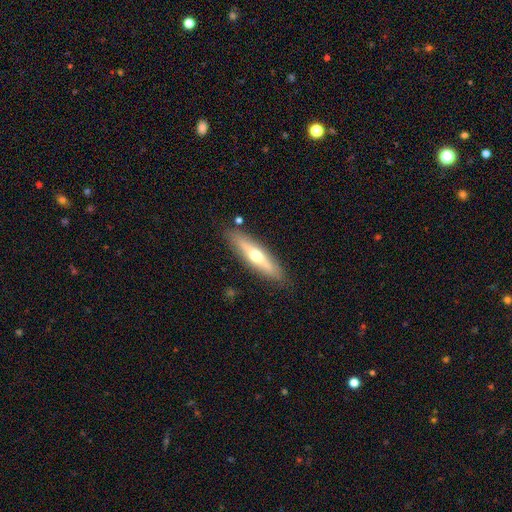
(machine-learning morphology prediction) The model was most divided on "smooth or featured": featured or disk: 48%, smooth: 46%, star or artifact: 6%. More confident: merging — none (85%).